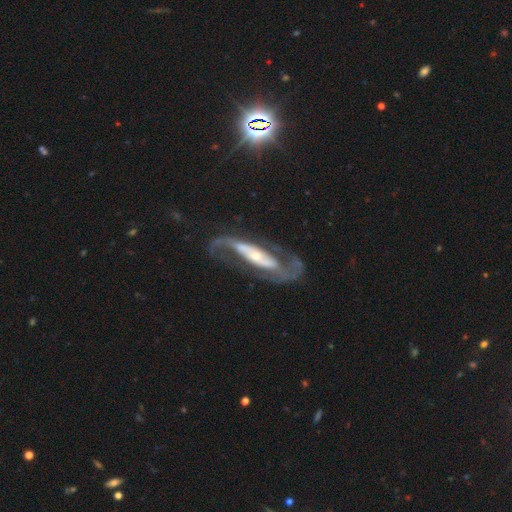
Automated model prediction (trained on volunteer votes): This is clearly a featured or disk galaxy (85%). It is clearly not viewed edge-on (86%). Bar: marginally strong (43%). Spiral arm pattern: clearly yes (89%). Spiral arm count: clearly 2 (86%). Spiral winding: marginally loose (42%). Central bulge: possibly small (58%). Merging: likely none (61%).